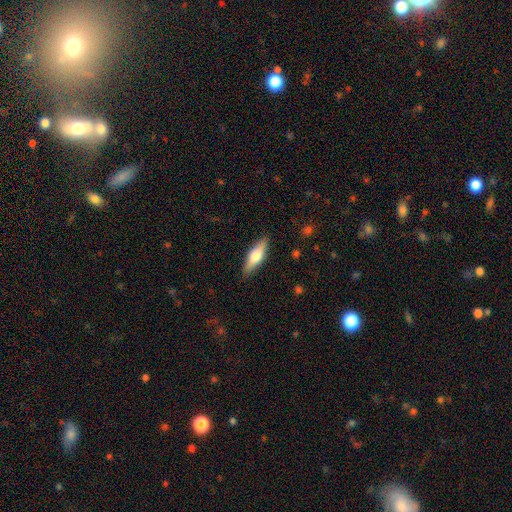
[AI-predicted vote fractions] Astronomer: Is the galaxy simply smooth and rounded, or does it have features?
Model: smooth — 53% (runner-up: featured or disk, 41%).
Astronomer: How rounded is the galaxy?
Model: cigar-shaped — 52% (runner-up: in between, 46%).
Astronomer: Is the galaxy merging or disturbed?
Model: none — 88%.